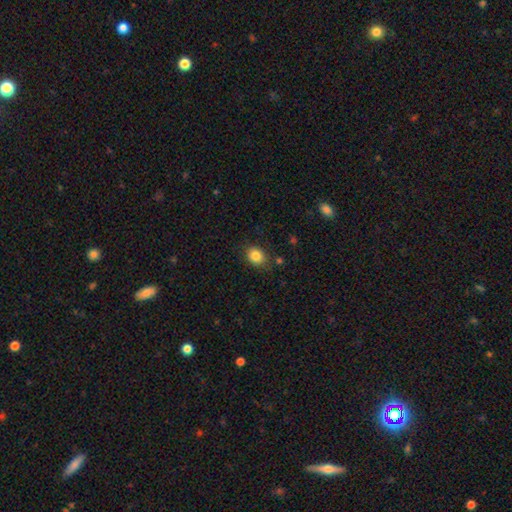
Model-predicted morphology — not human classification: This appears to be a smooth galaxy with no disk features (85%) that is in between round and cigar-shaped (52%). Merging: none (81%).